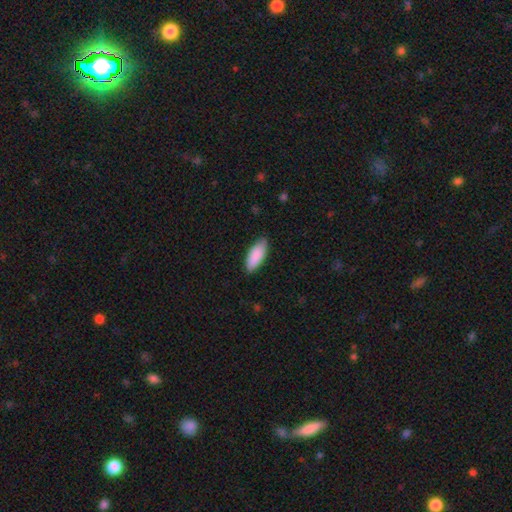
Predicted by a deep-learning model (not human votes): smooth-or-featured: smooth: 89% | featured or disk: 5% | star or artifact: 5%
  how-rounded: in between: 80% | cigar-shaped: 18% | round: 2%
  merging: none: 82% | minor disturbance: 15% | major disturbance: 2% | merger: 1%